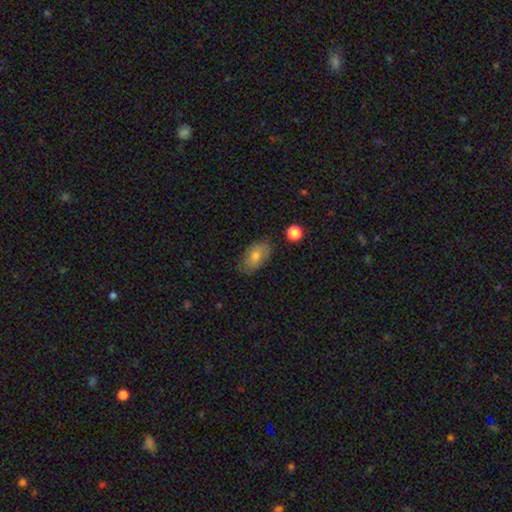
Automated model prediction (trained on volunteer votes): Smooth or featured?
  - smooth: 71% *
  - featured or disk: 20%
  - star or artifact: 9%
How rounded?
  - in between: 90% *
  - round: 7%
  - cigar-shaped: 3%
Merging?
  - none: 82% *
  - minor disturbance: 13%
  - major disturbance: 3%
  - merger: 2%